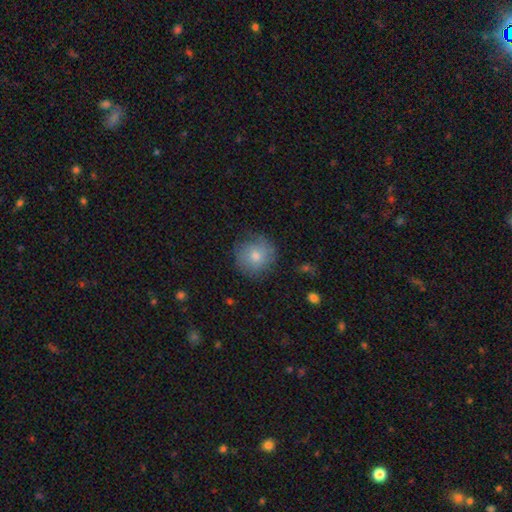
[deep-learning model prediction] This appears to be a smooth galaxy with no disk features (68%) that is round (93%). Merging: none (78%).